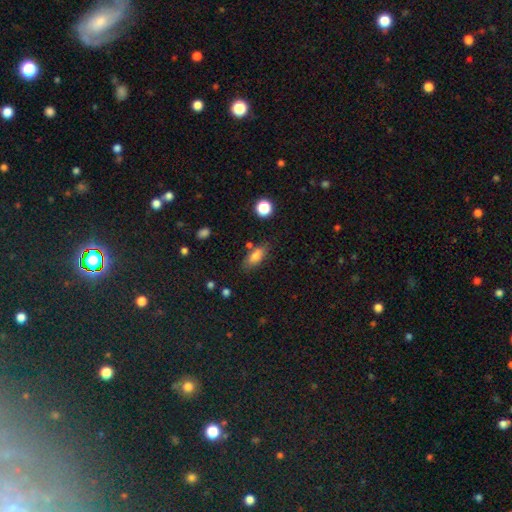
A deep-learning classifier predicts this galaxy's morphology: A smooth galaxy with no disk features (79%) that is in between round and cigar-shaped (81%).

Vote fractions:
- Smooth or featured? smooth: 79% / featured or disk: 12% / star or artifact: 9%
- How rounded? in between: 81% / cigar-shaped: 15% / round: 4%
- Merging? none: 73% / minor disturbance: 16% / merger: 7% / major disturbance: 5%